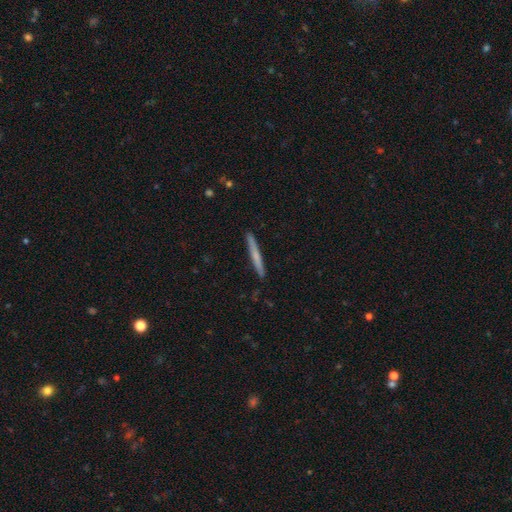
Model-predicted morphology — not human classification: type=smooth (59%); roundness=cigar-shaped (97%); merging=none (91%).